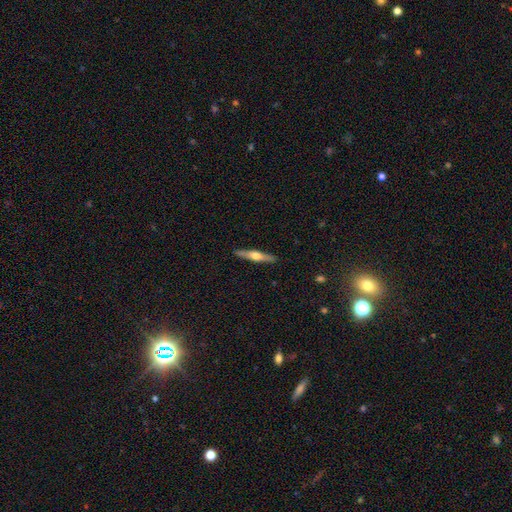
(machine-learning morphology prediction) smooth_or_featured: featured or disk (p=0.58) [alt: smooth p=0.37]
disk_edge_on: yes (p=0.96) [alt: no p=0.04]
edge_on_bulge: rounded (p=0.92) [alt: none p=0.04]
merging: none (p=0.91) [alt: minor disturbance p=0.07]